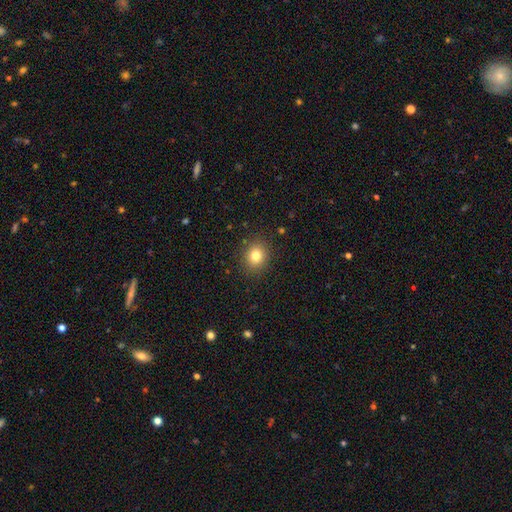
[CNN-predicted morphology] A smooth galaxy with no disk features (81%) that is round (74%).

Vote fractions:
- Smooth or featured? smooth: 81% / star or artifact: 12% / featured or disk: 7%
- How rounded? round: 74% / in between: 25% / cigar-shaped: 1%
- Merging? none: 89% / minor disturbance: 8% / major disturbance: 3% / merger: 1%